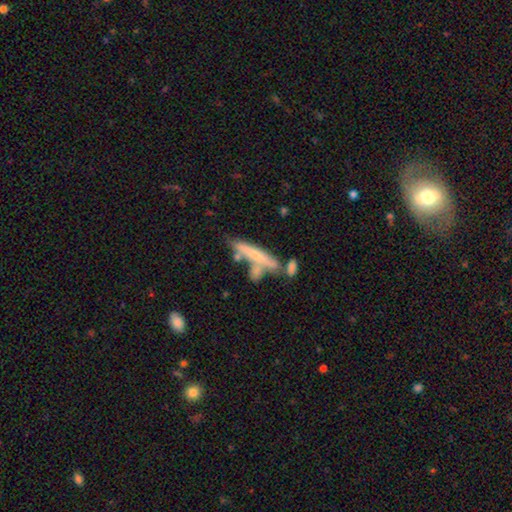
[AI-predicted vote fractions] This is possibly a smooth galaxy (47%). Merging: possibly none (51%).